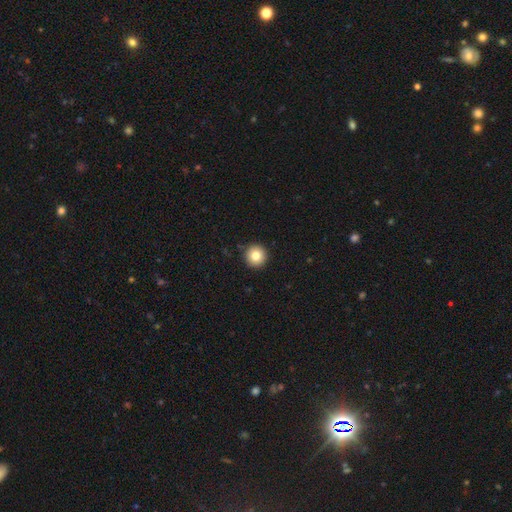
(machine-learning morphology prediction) The model was most divided on "smooth or featured": smooth: 81%, star or artifact: 10%, featured or disk: 9%. More confident: how rounded — round (96%); merging — none (92%).